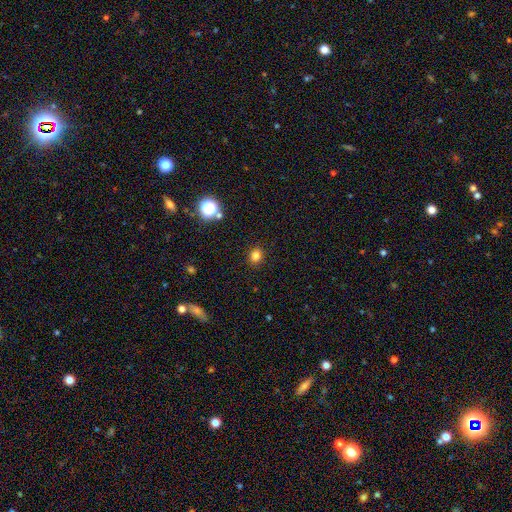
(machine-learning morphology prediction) This appears to be a smooth galaxy with no disk features (80%) that is round (79%). Merging: none (90%).